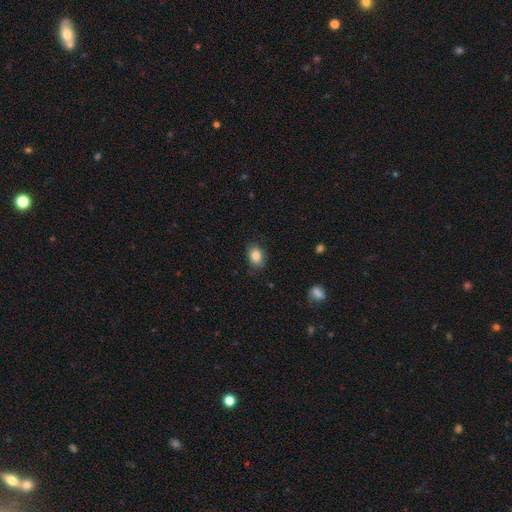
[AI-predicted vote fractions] A smooth galaxy with no disk features (86%) that is in between round and cigar-shaped (75%). Merging: none (82%).